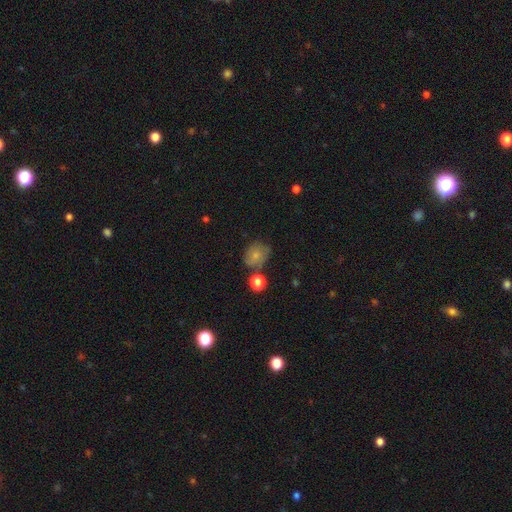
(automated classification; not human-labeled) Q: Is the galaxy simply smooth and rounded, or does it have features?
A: smooth — 69%.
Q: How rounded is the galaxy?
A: round — 63%.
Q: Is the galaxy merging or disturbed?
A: none — 59%.